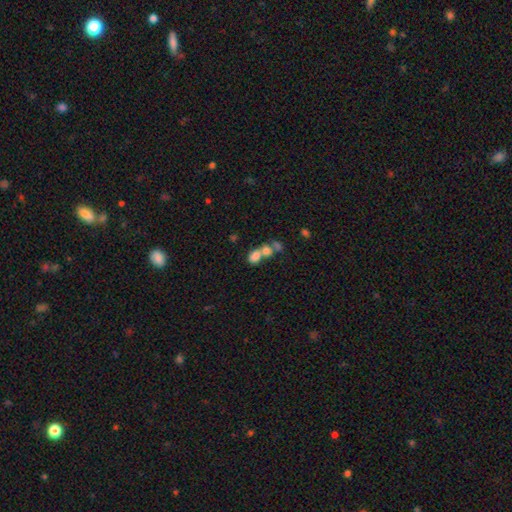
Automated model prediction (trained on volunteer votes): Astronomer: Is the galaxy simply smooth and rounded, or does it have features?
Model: smooth — 74%.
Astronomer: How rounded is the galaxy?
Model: in between — 63%.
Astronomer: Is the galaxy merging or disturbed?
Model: merger — 64%.